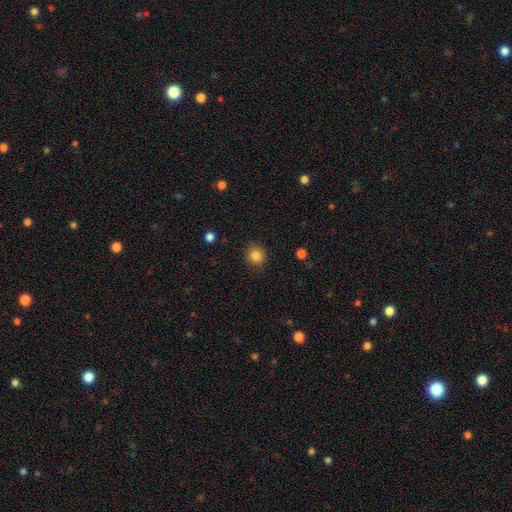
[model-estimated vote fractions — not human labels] smooth-or-featured: smooth: 85% | star or artifact: 11% | featured or disk: 4%
  how-rounded: round: 88% | in between: 12% | cigar-shaped: 1%
  merging: none: 88% | minor disturbance: 8% | major disturbance: 2% | merger: 1%